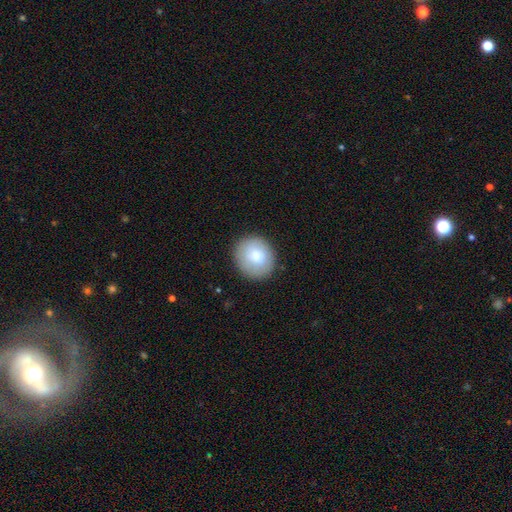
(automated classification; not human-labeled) Morphology: type=smooth (82%); roundness=round (77%); merging=none (86%).